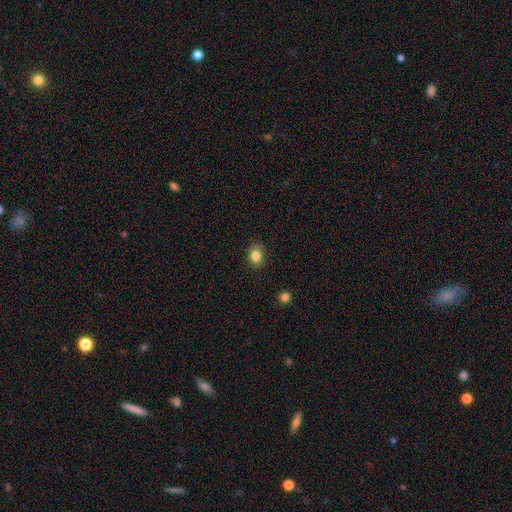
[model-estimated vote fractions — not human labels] smooth_or_featured: smooth (p=0.83) [alt: star or artifact p=0.10]
how_rounded: in between (p=0.57) [alt: round p=0.42]
merging: none (p=0.82) [alt: minor disturbance p=0.14]